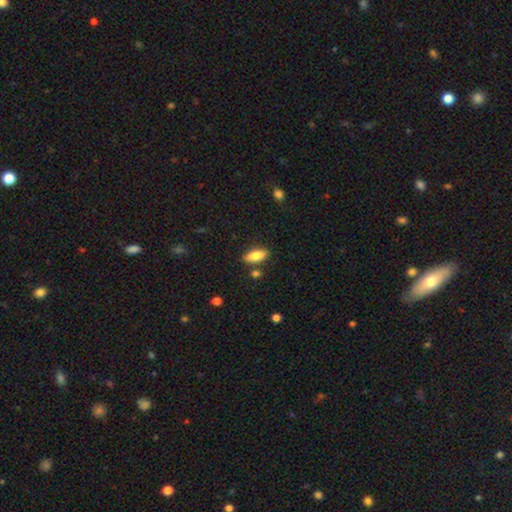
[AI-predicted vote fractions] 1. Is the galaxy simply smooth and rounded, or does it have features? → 79% smooth, 14% featured or disk, 7% star or artifact.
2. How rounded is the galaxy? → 70% in between, 28% cigar-shaped, 3% round.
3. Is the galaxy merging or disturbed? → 83% none, 10% minor disturbance, 4% merger, 2% major disturbance.